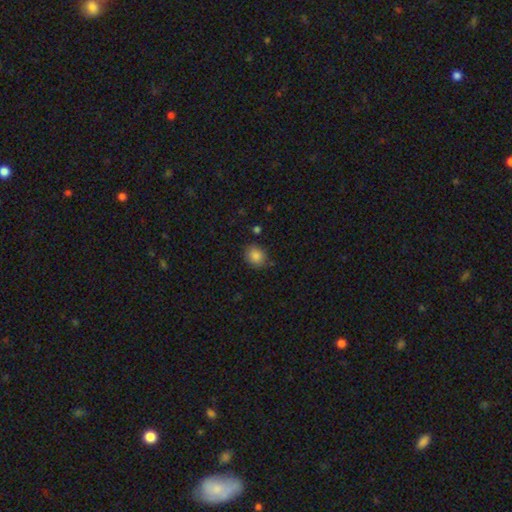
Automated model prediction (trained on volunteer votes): smooth 86%, star or artifact 9%, featured or disk 5%. Down the decision tree: how rounded — round (66%); merging — none (80%).